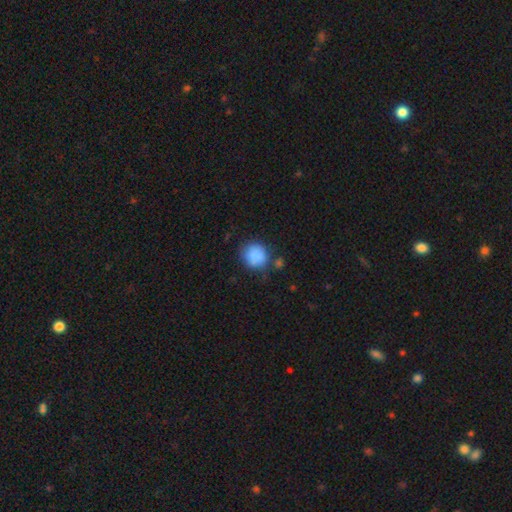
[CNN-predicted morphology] Smooth or featured?
  - smooth: 84% *
  - star or artifact: 8%
  - featured or disk: 8%
How rounded?
  - round: 80% *
  - in between: 19%
  - cigar-shaped: 1%
Merging?
  - none: 62% *
  - minor disturbance: 22%
  - merger: 9%
  - major disturbance: 7%